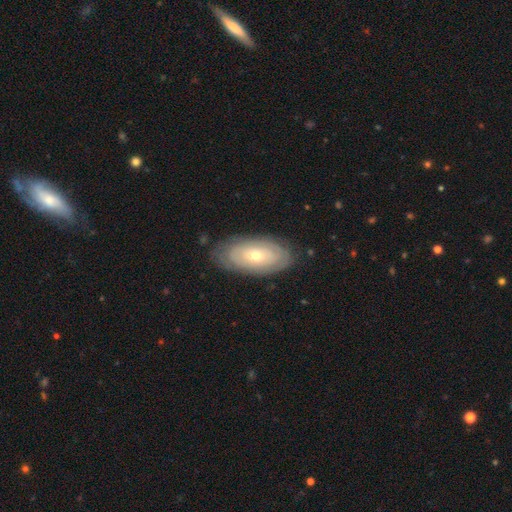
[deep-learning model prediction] featured or disk 63%, smooth 31%, star or artifact 6%. Down the decision tree: edge-on disk — no (90%); bar — no (84%); spiral arms — yes (62%); bulge size — small (49%); merging — none (80%).